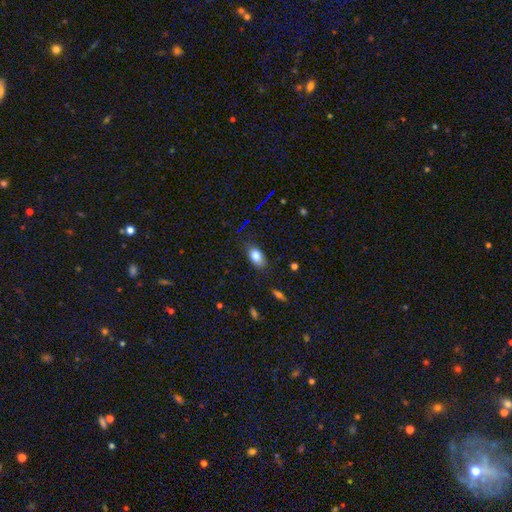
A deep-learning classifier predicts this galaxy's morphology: smooth_or_featured: smooth (p=0.82) [alt: star or artifact p=0.09]
how_rounded: in between (p=0.88) [alt: round p=0.08]
merging: none (p=0.77) [alt: minor disturbance p=0.18]